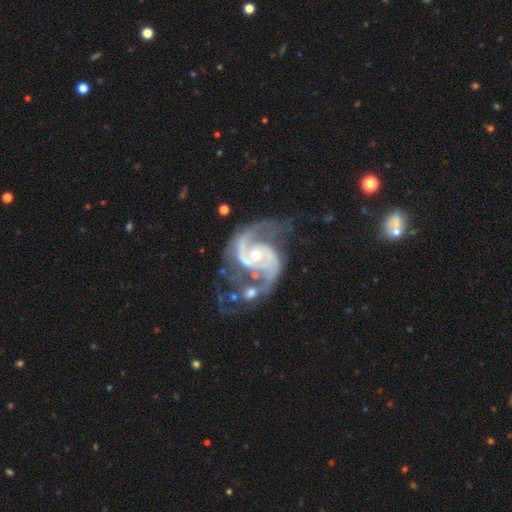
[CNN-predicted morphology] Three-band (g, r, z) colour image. It shows a featured or disk galaxy (92%) with no bar (57%), 2 (90%) medium (59%) spiral arms (98%) and a moderate central bulge (55%). Merging: none (41%).